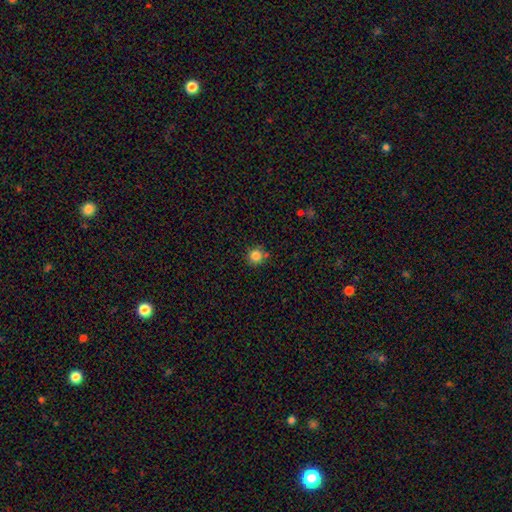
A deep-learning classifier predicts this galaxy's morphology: The model was most divided on "smooth or featured": smooth: 84%, star or artifact: 11%, featured or disk: 5%. More confident: how rounded — round (94%); merging — none (83%).